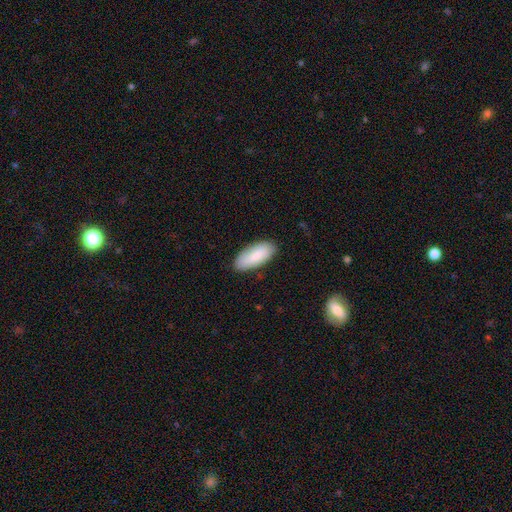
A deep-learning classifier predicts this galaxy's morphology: smooth_or_featured: smooth (p=0.86) [alt: featured or disk p=0.09]
how_rounded: in between (p=0.86) [alt: cigar-shaped p=0.12]
merging: none (p=0.84) [alt: minor disturbance p=0.13]